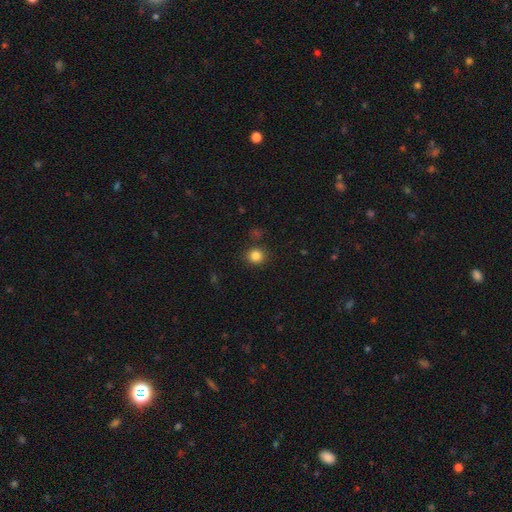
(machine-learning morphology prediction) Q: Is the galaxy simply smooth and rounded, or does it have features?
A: smooth — 83%.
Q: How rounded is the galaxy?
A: round — 89%.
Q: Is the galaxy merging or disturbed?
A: none — 87%.